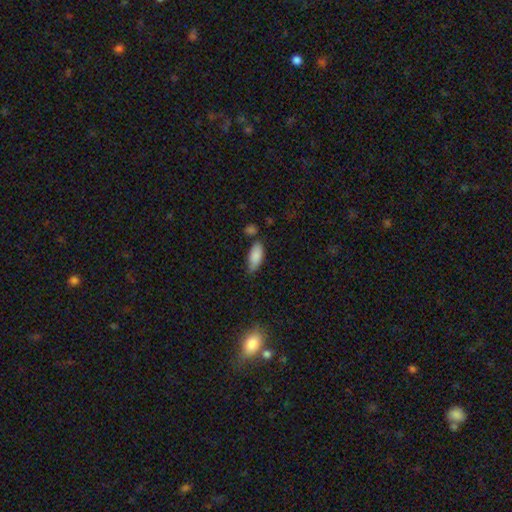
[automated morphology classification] Q: Smooth or featured?
A: smooth (86%); runner-up: featured or disk (8%)
Q: How rounded?
A: in between (85%); runner-up: cigar-shaped (13%)
Q: Merging?
A: none (59%); runner-up: minor disturbance (29%)